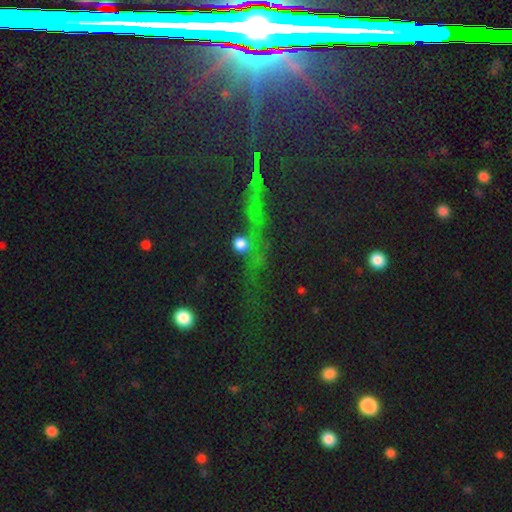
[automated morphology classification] Q: Smooth or featured?
A: star or artifact (67%); runner-up: smooth (20%)